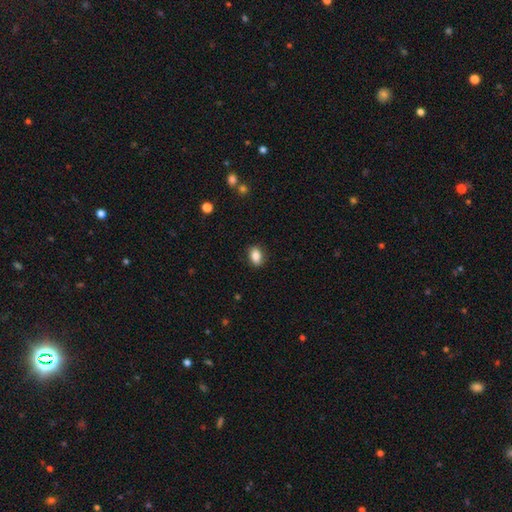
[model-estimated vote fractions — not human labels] smooth-or-featured: smooth: 85% | star or artifact: 8% | featured or disk: 7%
  how-rounded: in between: 79% | round: 19% | cigar-shaped: 2%
  merging: none: 87% | minor disturbance: 10% | major disturbance: 2% | merger: 1%